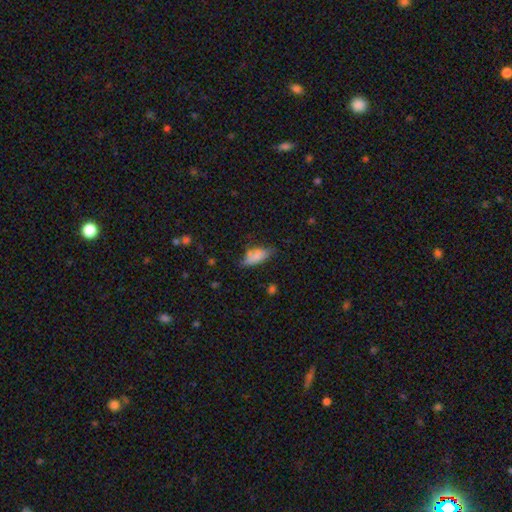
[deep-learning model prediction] This appears to be a smooth galaxy with no disk features (77%) that is in between round and cigar-shaped (80%). Merging: none (52%).